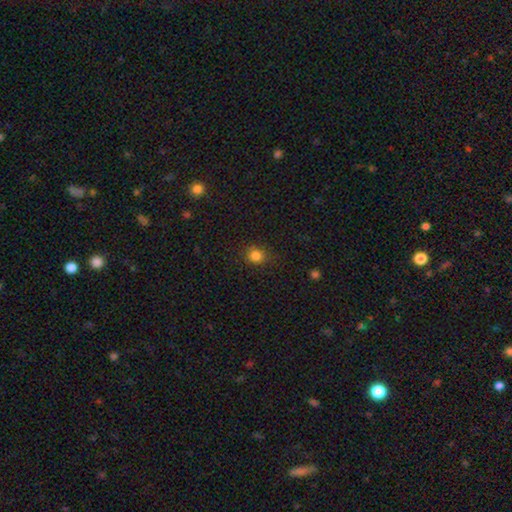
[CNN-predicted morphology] Smooth or featured: smooth — 83% (star or artifact — 13%)
How rounded: round — 78% (in between — 21%)
Merging: none — 84% (minor disturbance — 12%)